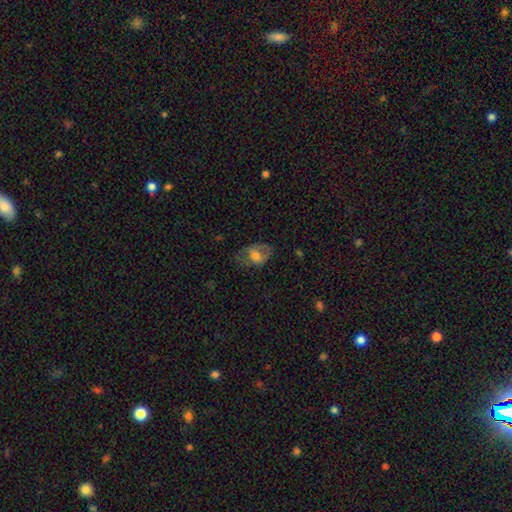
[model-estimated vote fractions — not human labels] smooth-or-featured: smooth: 55% | featured or disk: 37% | star or artifact: 8%
  how-rounded: in between: 82% | round: 16% | cigar-shaped: 2%
  merging: none: 53% | minor disturbance: 26% | major disturbance: 19% | merger: 2%